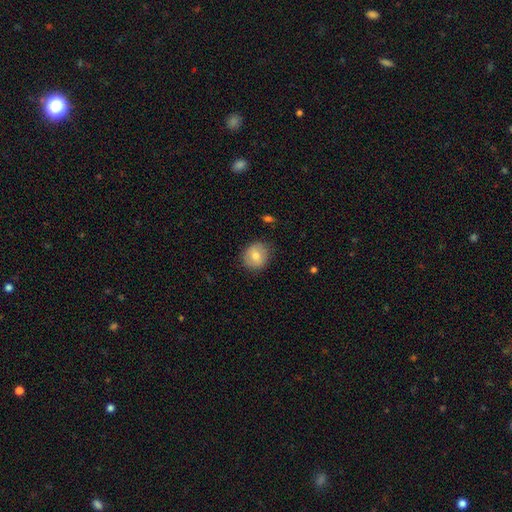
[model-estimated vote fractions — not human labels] This appears to be a smooth galaxy with no disk features (76%) that is round (79%). Merging: none (83%).